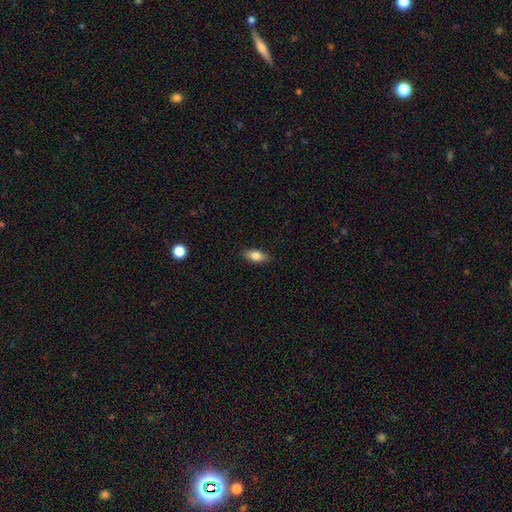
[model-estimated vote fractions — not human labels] Smooth or featured?
  - smooth: 78% *
  - featured or disk: 14%
  - star or artifact: 7%
How rounded?
  - in between: 82% *
  - cigar-shaped: 14%
  - round: 4%
Merging?
  - none: 88% *
  - minor disturbance: 9%
  - major disturbance: 2%
  - merger: 1%